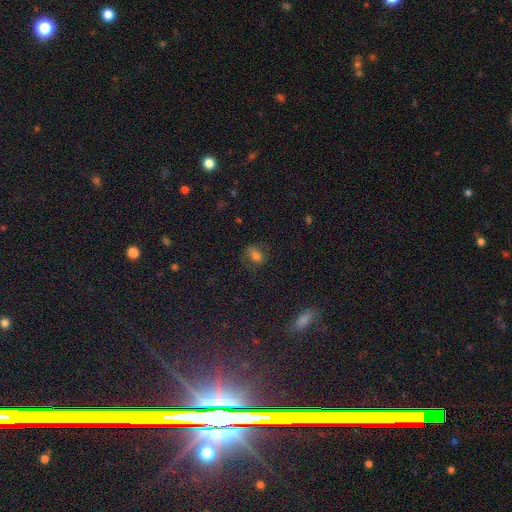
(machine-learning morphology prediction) This appears to be a smooth galaxy with no disk features (67%) that is in between round and cigar-shaped (79%). Merging: none (64%).